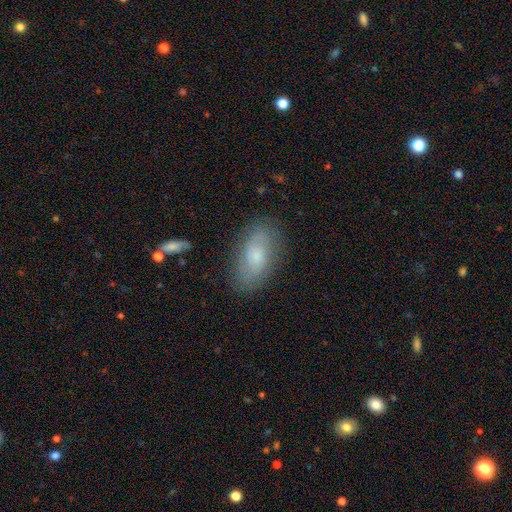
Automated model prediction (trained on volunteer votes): Overall: featured or disk (46%, tied with smooth). Merging: none (78%).